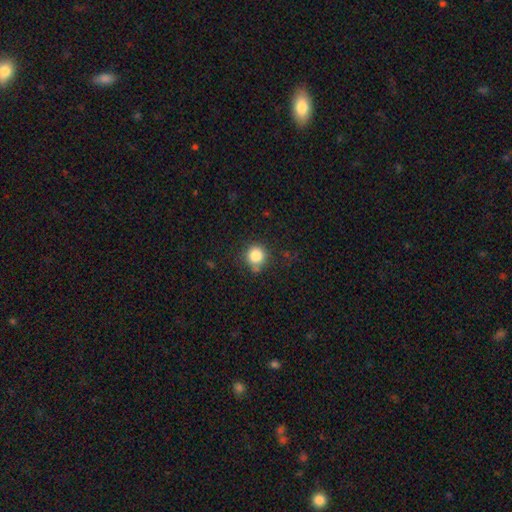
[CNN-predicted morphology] A smooth galaxy with no disk features (84%) that is round (91%). Merging: none (76%).